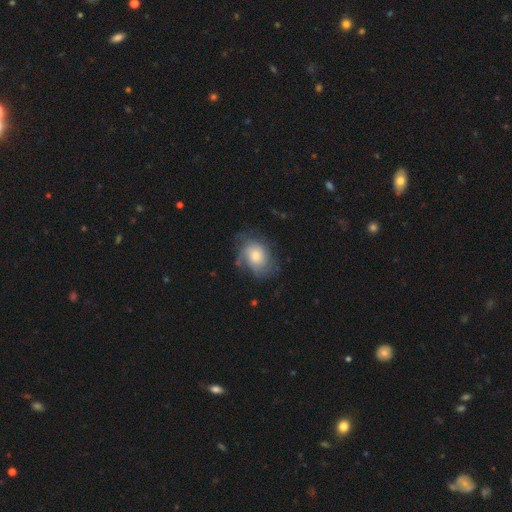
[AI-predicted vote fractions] This appears to be a featured or disk galaxy (51%). Merging: none (57%).